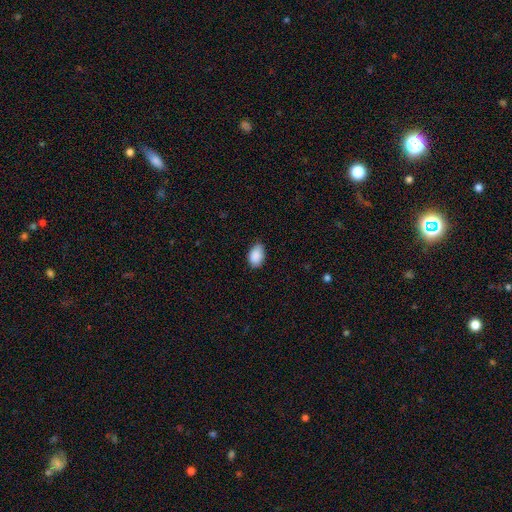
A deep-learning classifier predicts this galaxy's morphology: smooth-or-featured: smooth: 89% | star or artifact: 7% | featured or disk: 4%
  how-rounded: in between: 89% | round: 10% | cigar-shaped: 1%
  merging: none: 72% | minor disturbance: 24% | major disturbance: 3% | merger: 1%